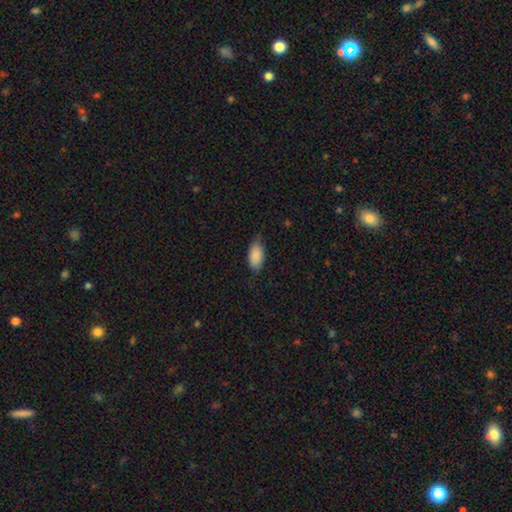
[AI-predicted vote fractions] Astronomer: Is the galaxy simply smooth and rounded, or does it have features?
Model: smooth — 88%.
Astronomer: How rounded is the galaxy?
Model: in between — 93%.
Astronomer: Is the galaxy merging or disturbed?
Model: none — 70%.